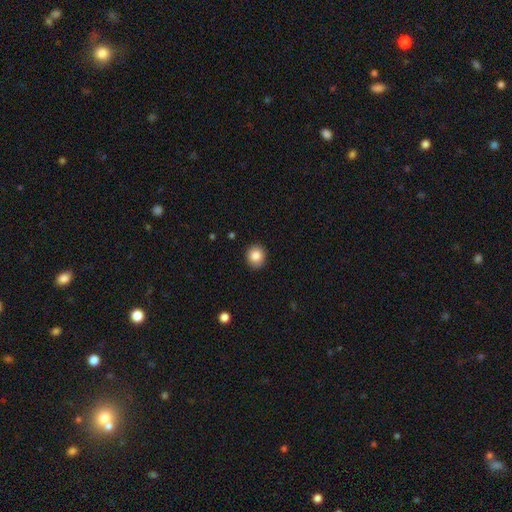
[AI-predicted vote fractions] Morphology: type=smooth (85%); roundness=round (81%); merging=none (90%).